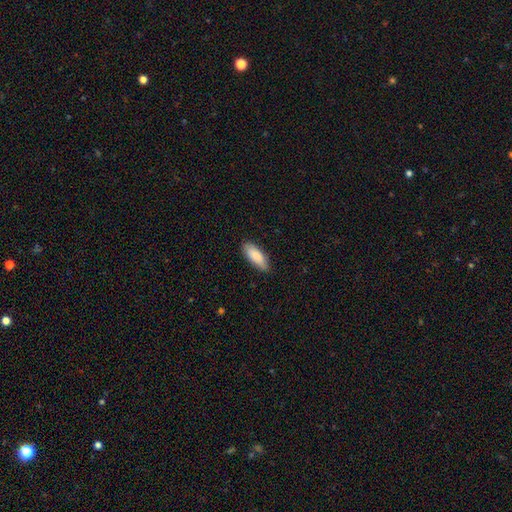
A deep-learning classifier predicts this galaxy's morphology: A smooth galaxy with no disk features (85%) that is in between round and cigar-shaped (71%).

Vote fractions:
- Smooth or featured? smooth: 85% / featured or disk: 10% / star or artifact: 5%
- How rounded? in between: 71% / cigar-shaped: 27% / round: 2%
- Merging? none: 83% / minor disturbance: 14% / major disturbance: 2% / merger: 1%